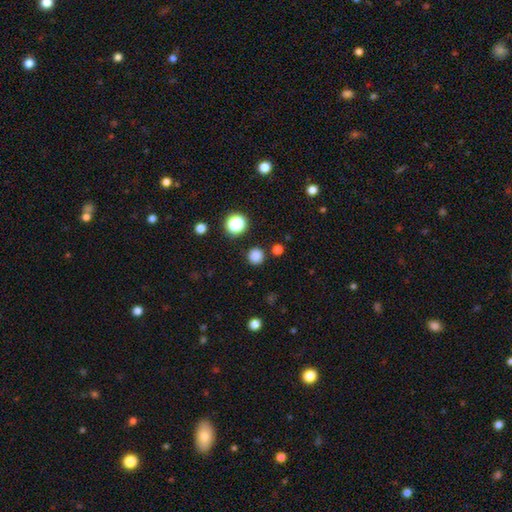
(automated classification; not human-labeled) Smooth or featured? smooth (82%)
How rounded? round (94%)
Merging? none (89%)